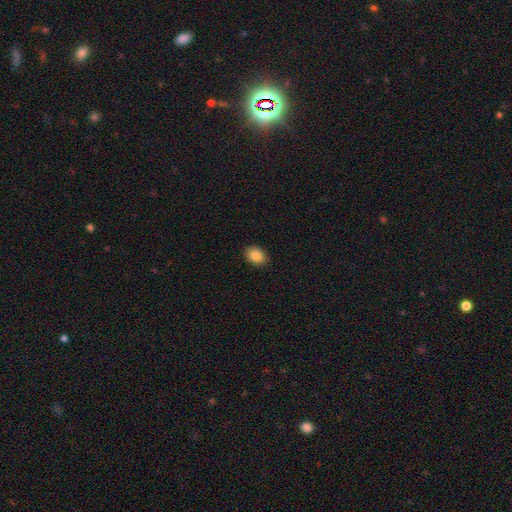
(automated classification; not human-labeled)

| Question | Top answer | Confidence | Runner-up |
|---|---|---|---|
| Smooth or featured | smooth | 86% | star or artifact (8%) |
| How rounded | in between | 76% | round (23%) |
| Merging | none | 90% | minor disturbance (7%) |